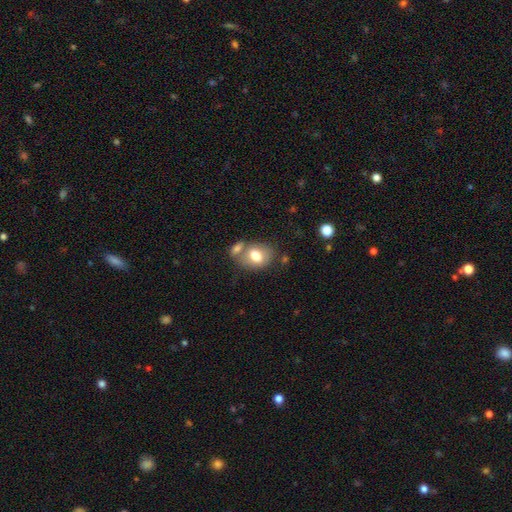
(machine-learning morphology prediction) Smooth or featured? Predicted: smooth (p=0.74). How rounded? Predicted: in between (p=0.62). Merging? Predicted: none (p=0.46).